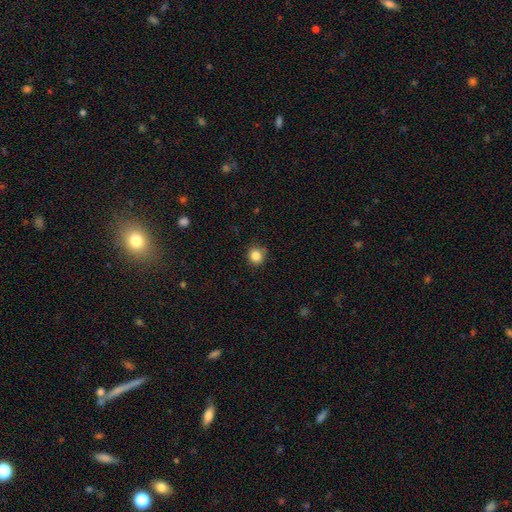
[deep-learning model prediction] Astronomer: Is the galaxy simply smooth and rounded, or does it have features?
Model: smooth — 85%.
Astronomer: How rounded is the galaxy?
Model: round — 87%.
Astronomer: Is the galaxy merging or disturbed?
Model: none — 80%.